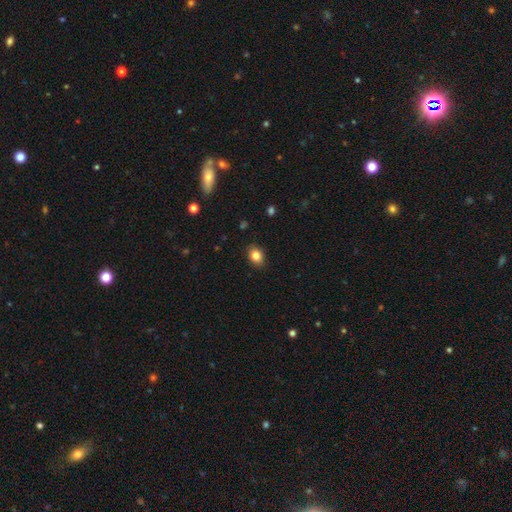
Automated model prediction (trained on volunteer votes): Smooth or featured?
  - smooth: 84% *
  - star or artifact: 10%
  - featured or disk: 7%
How rounded?
  - in between: 62% *
  - round: 37%
  - cigar-shaped: 1%
Merging?
  - none: 88% *
  - minor disturbance: 9%
  - major disturbance: 2%
  - merger: 1%